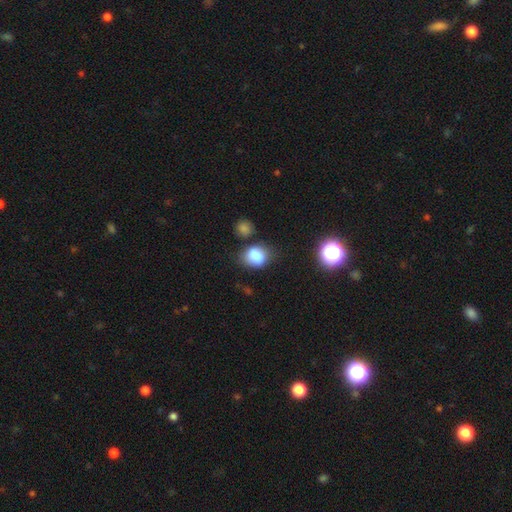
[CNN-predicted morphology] A smooth galaxy with no disk features (81%) that is in between round and cigar-shaped (54%). Merging: none (58%).